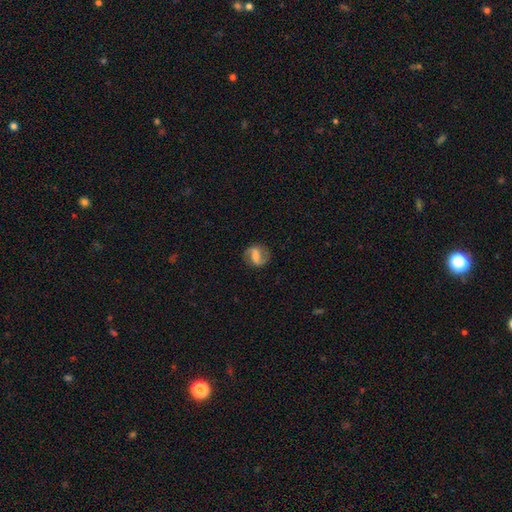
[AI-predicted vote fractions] Smooth or featured? Predicted: featured or disk (p=0.76). Edge-on disk? Predicted: no (p=0.97). Bar? Predicted: weak (p=0.45). Spiral arms? Predicted: yes (p=0.94). Spiral winding? Predicted: medium (p=0.46). Spiral arm count? Predicted: 2 (p=0.90). Bulge size? Predicted: moderate (p=0.39). Merging? Predicted: none (p=0.82).